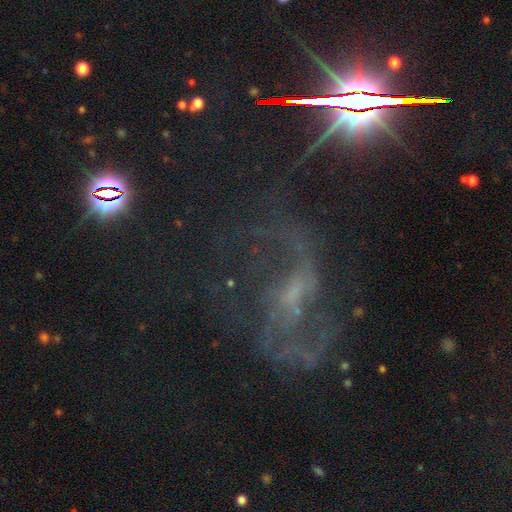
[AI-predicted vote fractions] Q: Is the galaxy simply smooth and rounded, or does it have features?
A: featured or disk — 69%.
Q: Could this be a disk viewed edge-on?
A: no — 94%.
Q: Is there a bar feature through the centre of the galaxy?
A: weak — 42%.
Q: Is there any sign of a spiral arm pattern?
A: yes — 84%.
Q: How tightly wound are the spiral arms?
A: loose — 60%.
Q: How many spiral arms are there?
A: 2 — 75%.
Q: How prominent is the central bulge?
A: small — 48%.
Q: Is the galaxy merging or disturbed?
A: none — 49%.